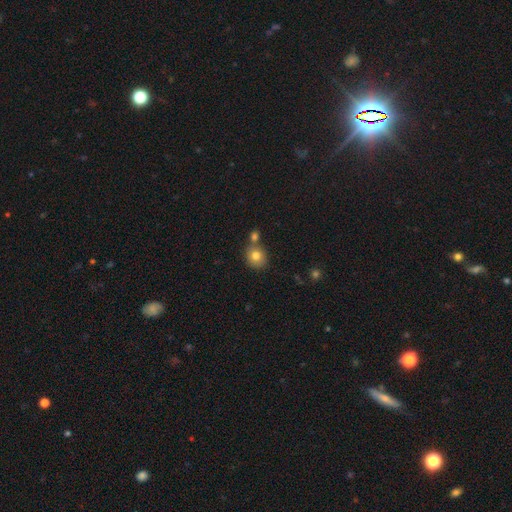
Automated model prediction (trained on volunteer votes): smooth-or-featured: smooth: 79% | star or artifact: 11% | featured or disk: 10%
  how-rounded: round: 80% | in between: 19% | cigar-shaped: 1%
  merging: none: 59% | merger: 28% | minor disturbance: 11% | major disturbance: 3%